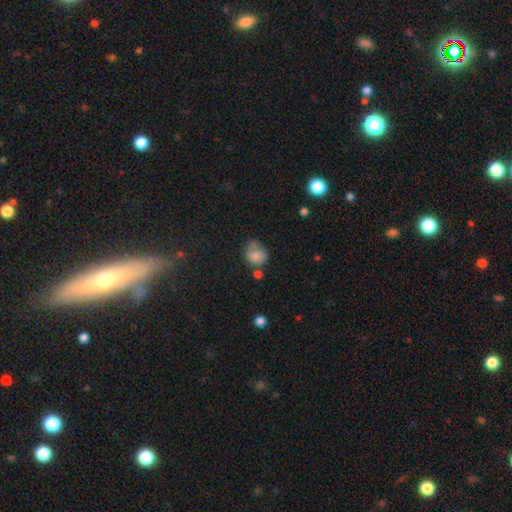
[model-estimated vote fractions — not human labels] A smooth galaxy with no disk features (73%) that is round (66%).

Vote fractions:
- Smooth or featured? smooth: 73% / featured or disk: 17% / star or artifact: 11%
- How rounded? round: 66% / in between: 33% / cigar-shaped: 1%
- Merging? none: 39% / minor disturbance: 29% / major disturbance: 18% / merger: 14%